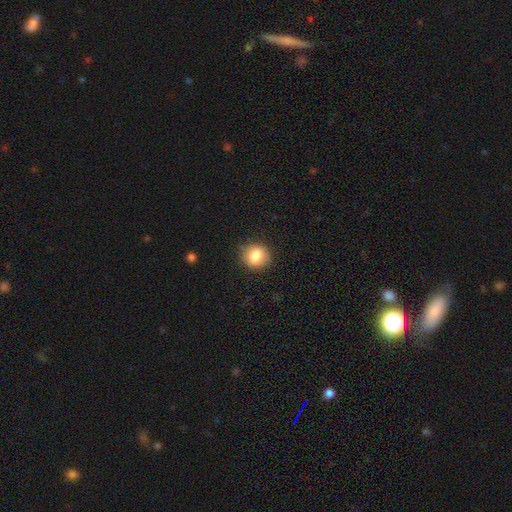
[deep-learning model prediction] Smooth or featured: smooth — 84% (star or artifact — 9%)
How rounded: round — 87% (in between — 12%)
Merging: none — 87% (minor disturbance — 10%)